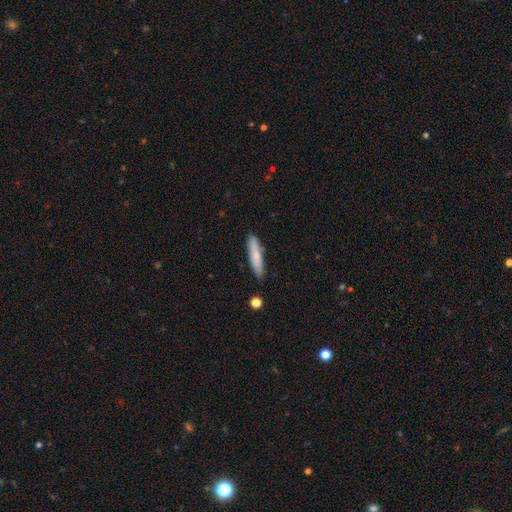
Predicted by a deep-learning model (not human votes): smooth-or-featured: smooth: 77% | featured or disk: 17% | star or artifact: 6%
  how-rounded: cigar-shaped: 85% | in between: 14% | round: 1%
  merging: none: 85% | minor disturbance: 11% | merger: 2% | major disturbance: 2%